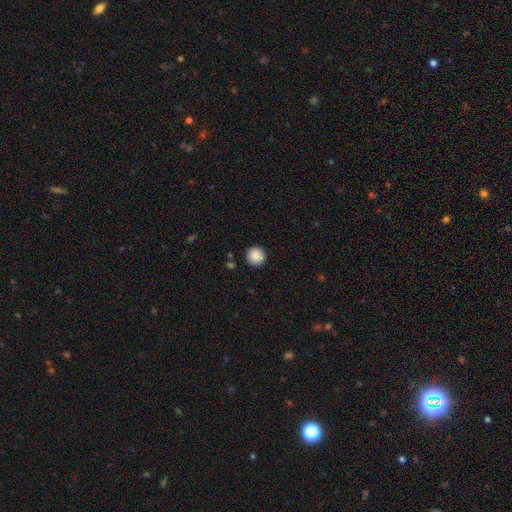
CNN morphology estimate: smooth_or_featured: smooth (p=0.88) [alt: star or artifact p=0.08]
how_rounded: round (p=0.96) [alt: in between p=0.03]
merging: none (p=0.92) [alt: minor disturbance p=0.05]